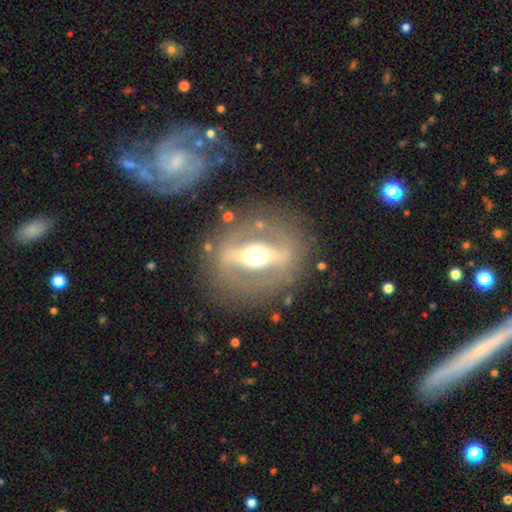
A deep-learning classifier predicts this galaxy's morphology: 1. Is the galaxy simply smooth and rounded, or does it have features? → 79% featured or disk, 15% smooth, 6% star or artifact.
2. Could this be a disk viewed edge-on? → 63% no, 37% yes.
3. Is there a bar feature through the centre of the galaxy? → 81% strong, 12% weak, 8% no.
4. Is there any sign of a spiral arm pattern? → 80% no, 20% yes.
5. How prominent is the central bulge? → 64% moderate, 26% large, 6% small, 3% dominant, 1% none.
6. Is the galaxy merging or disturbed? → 81% none, 10% minor disturbance, 7% major disturbance, 2% merger.